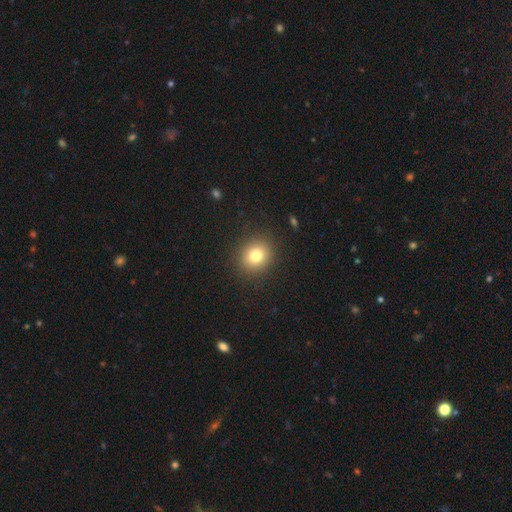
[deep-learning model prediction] smooth 78%, star or artifact 13%, featured or disk 9%. Down the decision tree: how rounded — round (80%); merging — none (90%).